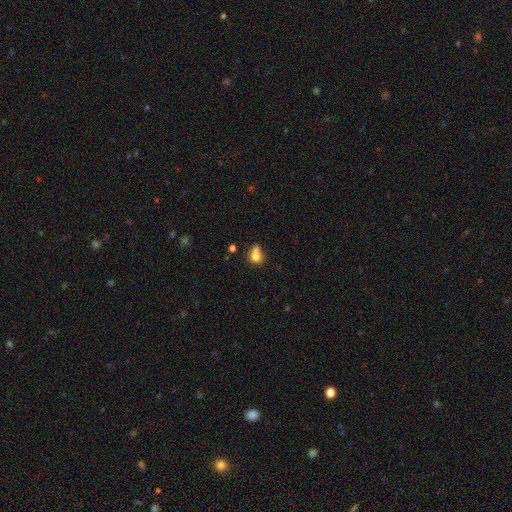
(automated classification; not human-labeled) This appears to be a smooth galaxy with no disk features (74%) that is round (51%). Merging: none (35%).